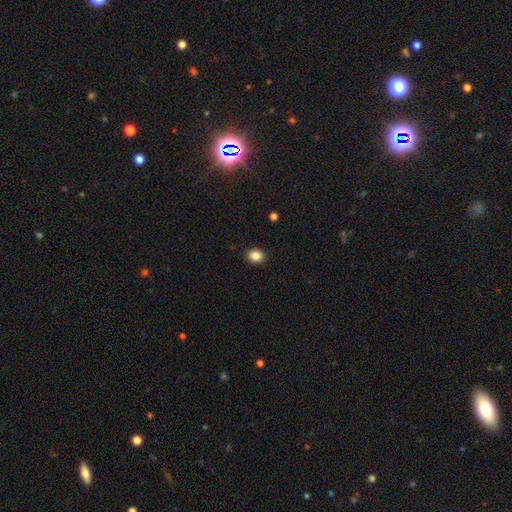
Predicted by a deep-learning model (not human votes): Smooth or featured? Predicted: smooth (p=0.87). How rounded? Predicted: in between (p=0.53). Merging? Predicted: none (p=0.91).